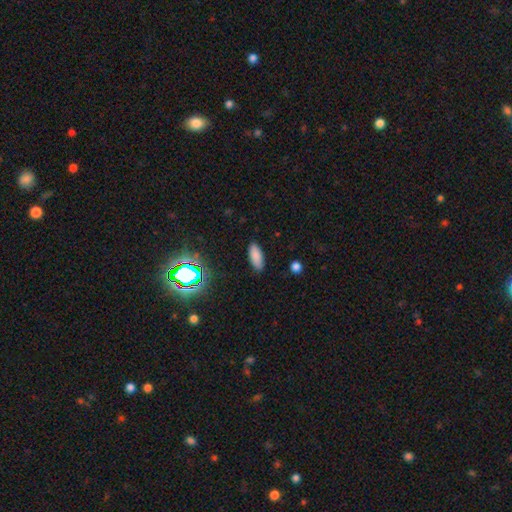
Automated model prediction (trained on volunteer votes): A smooth galaxy with no disk features (84%) that is in between round and cigar-shaped (79%).

Vote fractions:
- Smooth or featured? smooth: 84% / star or artifact: 11% / featured or disk: 5%
- How rounded? in between: 79% / cigar-shaped: 19% / round: 2%
- Merging? none: 88% / minor disturbance: 9% / major disturbance: 2% / merger: 1%